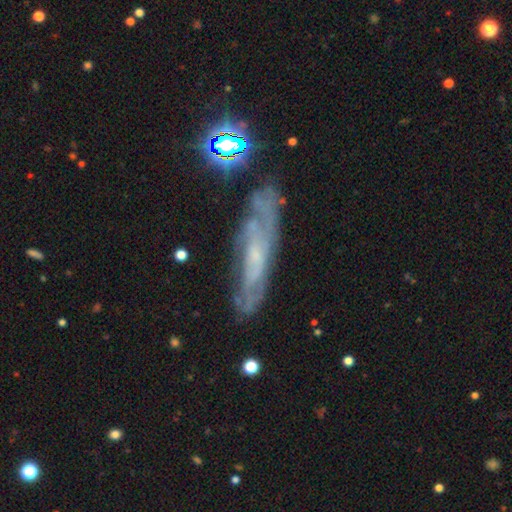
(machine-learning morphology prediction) Smooth or featured: featured or disk — 69% (smooth — 21%)
Edge-on disk: no — 60% (yes — 40%)
Merging: none — 72% (minor disturbance — 18%)